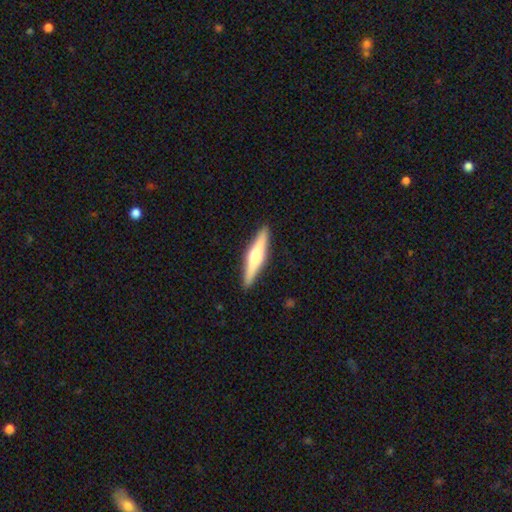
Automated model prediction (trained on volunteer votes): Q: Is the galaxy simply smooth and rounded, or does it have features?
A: featured or disk — 59%.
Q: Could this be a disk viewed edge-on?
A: yes — 97%.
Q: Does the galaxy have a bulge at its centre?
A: rounded — 87%.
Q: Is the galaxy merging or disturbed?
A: none — 91%.